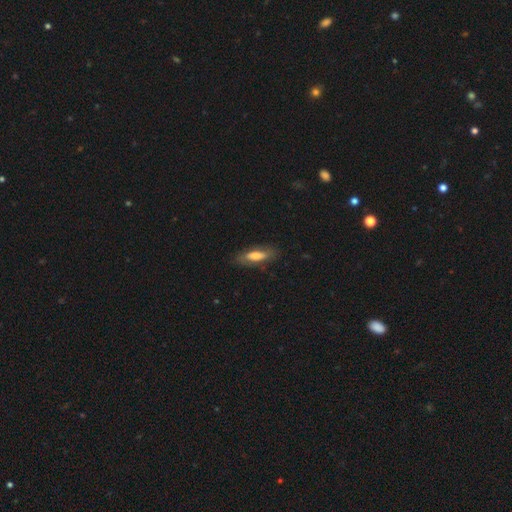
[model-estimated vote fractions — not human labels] Q: Smooth or featured?
A: smooth (65%); runner-up: featured or disk (28%)
Q: How rounded?
A: in between (52%); runner-up: cigar-shaped (46%)
Q: Merging?
A: none (79%); runner-up: minor disturbance (15%)